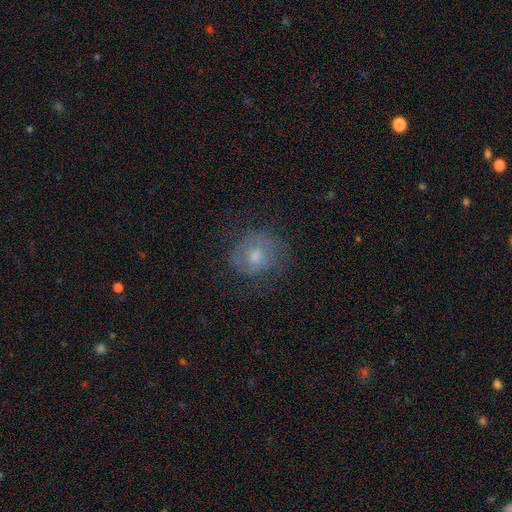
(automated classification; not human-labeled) A featured or disk galaxy (51%). Merging: none (65%).